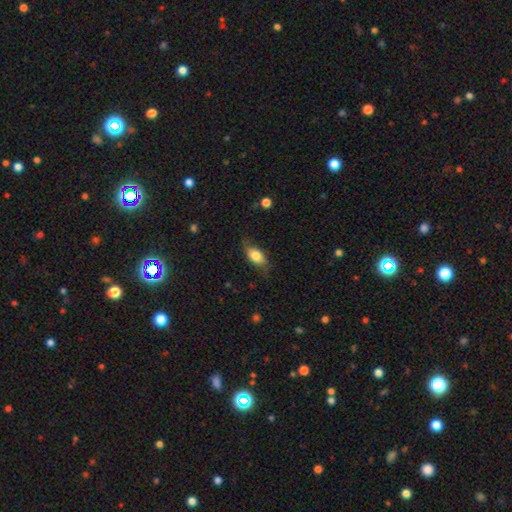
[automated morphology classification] A smooth galaxy with no disk features (77%) that is in between round and cigar-shaped (88%).

Vote fractions:
- Smooth or featured? smooth: 77% / featured or disk: 16% / star or artifact: 7%
- How rounded? in between: 88% / cigar-shaped: 7% / round: 5%
- Merging? none: 71% / minor disturbance: 22% / major disturbance: 6% / merger: 1%